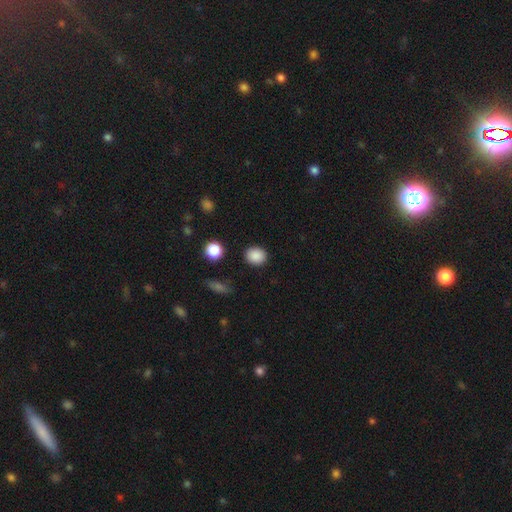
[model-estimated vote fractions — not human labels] This appears to be a smooth galaxy with no disk features (87%) that is round (68%). Merging: none (88%).